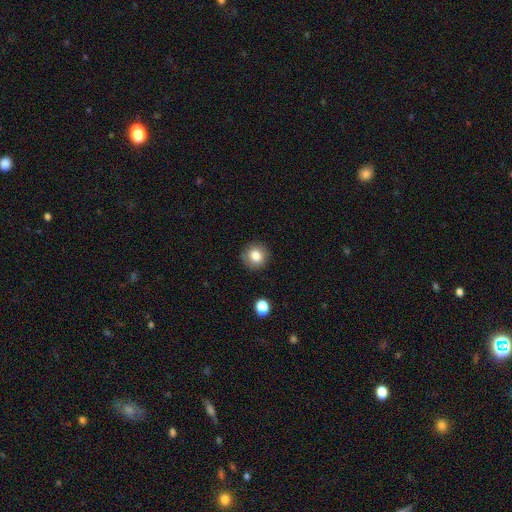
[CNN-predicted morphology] smooth 82%, star or artifact 10%, featured or disk 8%. Down the decision tree: how rounded — round (90%); merging — none (87%).